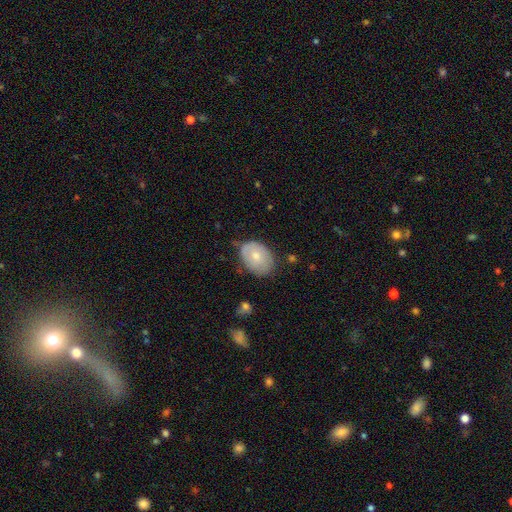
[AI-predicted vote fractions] Q: Smooth or featured?
A: smooth (66%); runner-up: featured or disk (27%)
Q: How rounded?
A: in between (75%); runner-up: round (24%)
Q: Merging?
A: none (65%); runner-up: minor disturbance (28%)